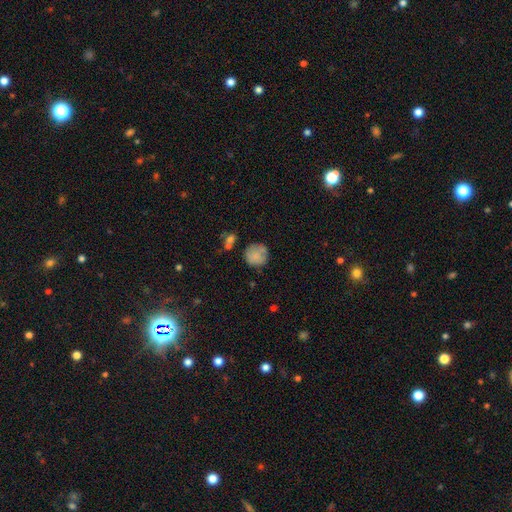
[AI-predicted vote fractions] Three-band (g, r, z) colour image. It shows a smooth galaxy with no disk features (80%) that is round (91%). Merging: none (68%).